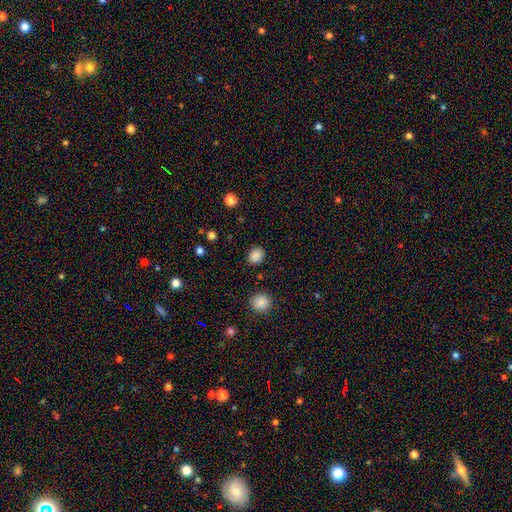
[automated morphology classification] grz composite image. It shows a smooth galaxy with no disk features (86%) that is round (56%). Merging: none (87%).